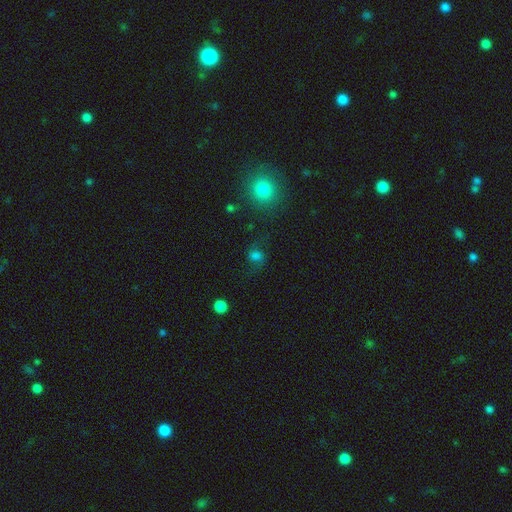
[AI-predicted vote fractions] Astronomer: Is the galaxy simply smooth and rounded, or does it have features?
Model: smooth — 49% (runner-up: featured or disk, 32%).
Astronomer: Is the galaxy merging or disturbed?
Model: none — 62%.